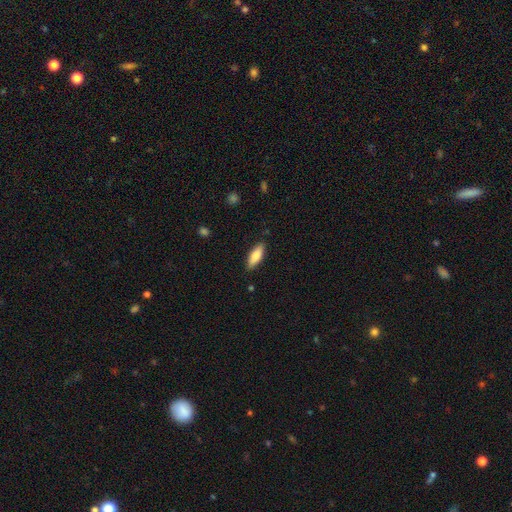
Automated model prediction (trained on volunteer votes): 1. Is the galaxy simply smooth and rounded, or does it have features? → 77% smooth, 18% featured or disk, 6% star or artifact.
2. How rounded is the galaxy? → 60% in between, 38% cigar-shaped, 2% round.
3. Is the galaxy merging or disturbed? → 86% none, 11% minor disturbance, 2% major disturbance, 1% merger.